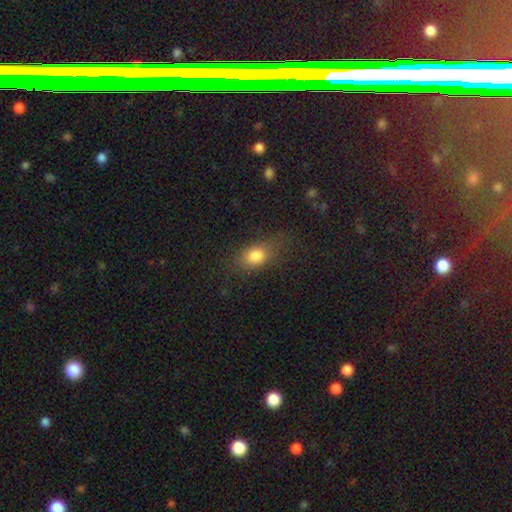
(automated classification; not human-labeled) Smooth or featured? smooth (81%)
How rounded? in between (74%)
Merging? none (67%)